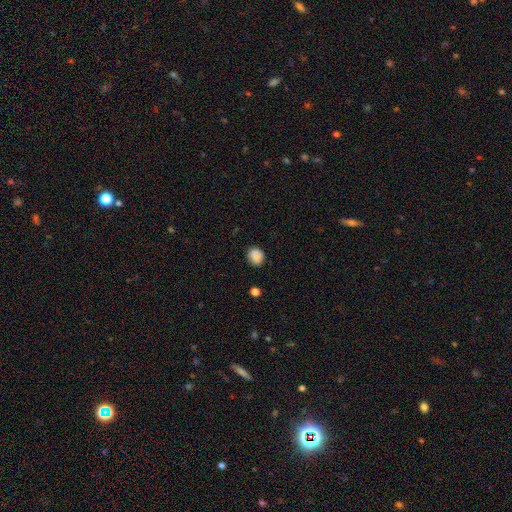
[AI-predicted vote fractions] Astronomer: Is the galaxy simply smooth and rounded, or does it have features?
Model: smooth — 85%.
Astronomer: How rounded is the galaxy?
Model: round — 71%.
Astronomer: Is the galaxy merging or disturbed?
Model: none — 81%.